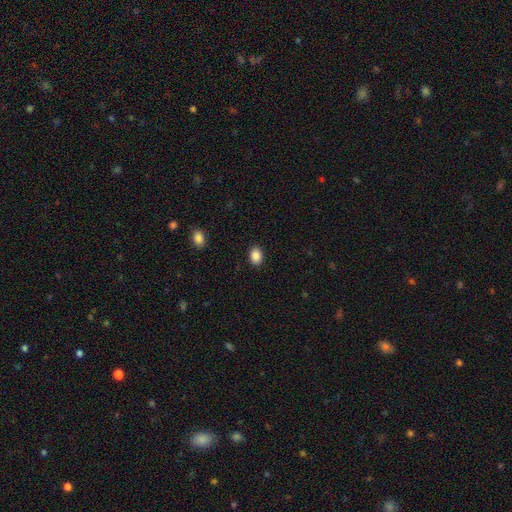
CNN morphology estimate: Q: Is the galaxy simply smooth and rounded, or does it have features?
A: smooth — 88%.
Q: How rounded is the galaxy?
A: in between — 72%.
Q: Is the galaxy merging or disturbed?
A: none — 90%.